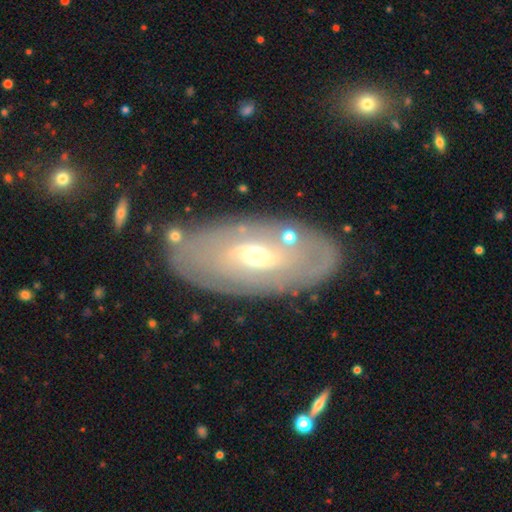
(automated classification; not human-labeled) A featured or disk galaxy (74%) with a weak bar (45%), spiral arms (63%) and a moderate central bulge (59%).

Vote fractions:
- Smooth or featured? featured or disk: 74% / smooth: 20% / star or artifact: 6%
- Edge-on disk? no: 89% / yes: 11%
- Bar? weak: 45% / strong: 29% / no: 26%
- Spiral arms? yes: 63% / no: 37%
- Bulge size? moderate: 59% / small: 33% / large: 5% / dominant: 1% / none: 1%
- Merging? none: 78% / minor disturbance: 13% / major disturbance: 5% / merger: 4%